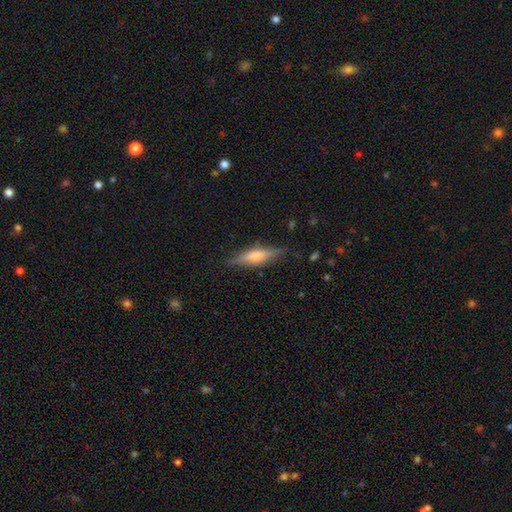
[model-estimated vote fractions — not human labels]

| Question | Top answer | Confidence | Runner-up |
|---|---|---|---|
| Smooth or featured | featured or disk | 50% | smooth (43%) |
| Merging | none | 83% | minor disturbance (13%) |